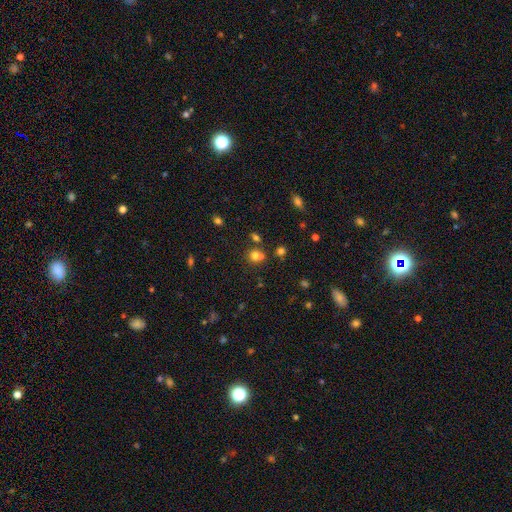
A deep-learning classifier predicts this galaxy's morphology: Smooth or featured: smooth — 67% (star or artifact — 22%)
How rounded: round — 84% (in between — 15%)
Merging: none — 55% (merger — 34%)